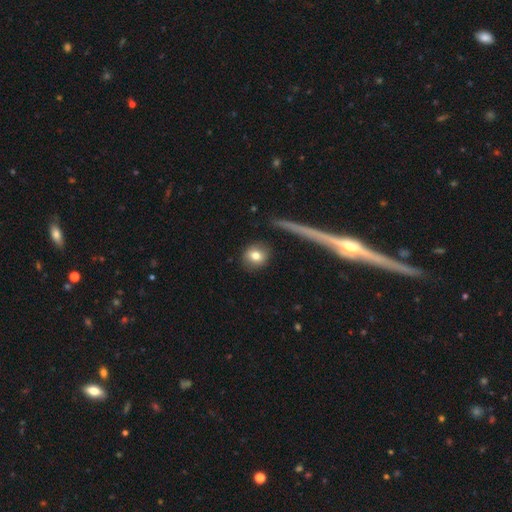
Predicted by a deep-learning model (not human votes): The model was most divided on "smooth or featured": smooth: 78%, featured or disk: 13%, star or artifact: 9%. More confident: merging — none (88%); how rounded — round (82%).